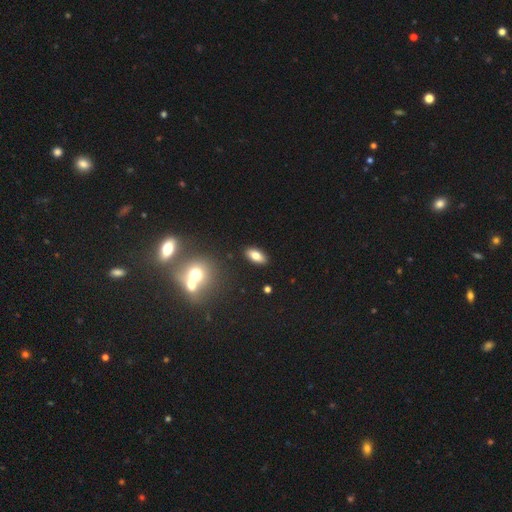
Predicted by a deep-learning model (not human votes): This appears to be a smooth galaxy with no disk features (76%) that is in between round and cigar-shaped (86%). Merging: none (89%).